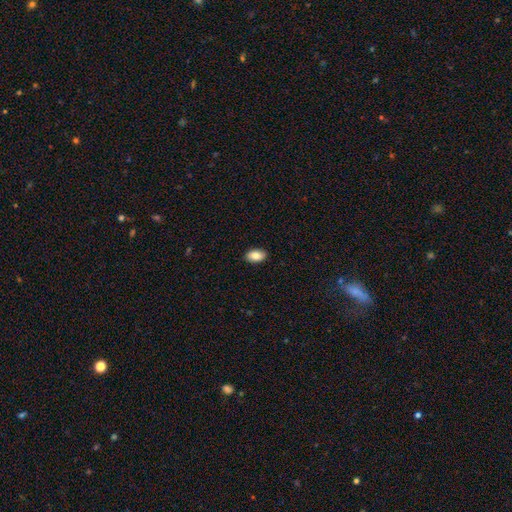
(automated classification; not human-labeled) Q: Smooth or featured?
A: smooth (85%); runner-up: featured or disk (8%)
Q: How rounded?
A: in between (92%); runner-up: round (6%)
Q: Merging?
A: none (90%); runner-up: minor disturbance (7%)